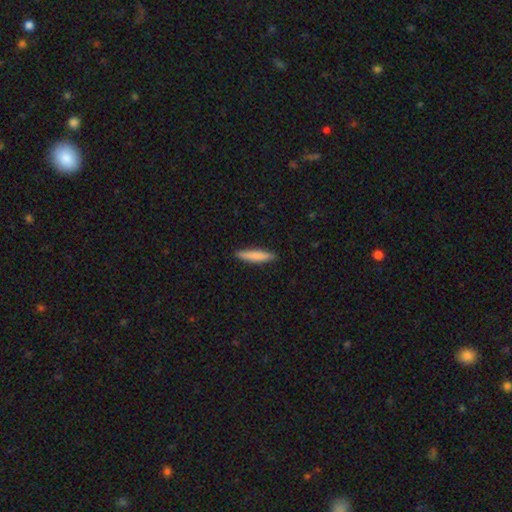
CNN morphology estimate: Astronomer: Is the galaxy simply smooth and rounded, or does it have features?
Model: smooth — 81%.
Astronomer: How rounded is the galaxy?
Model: cigar-shaped — 88%.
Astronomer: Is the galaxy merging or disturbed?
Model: none — 89%.